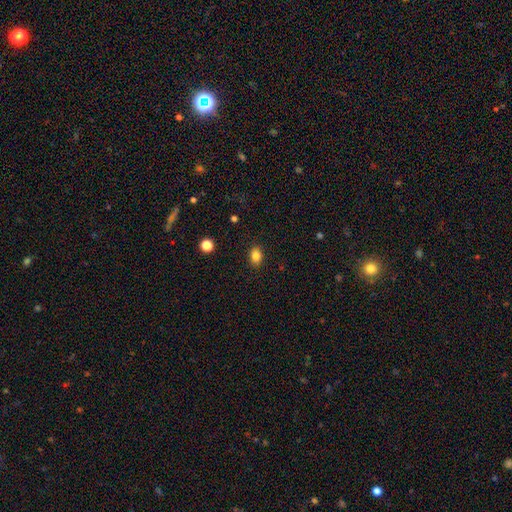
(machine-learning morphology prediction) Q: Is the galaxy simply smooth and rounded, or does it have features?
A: smooth — 84%.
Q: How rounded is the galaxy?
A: in between — 77%.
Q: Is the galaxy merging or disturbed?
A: none — 89%.